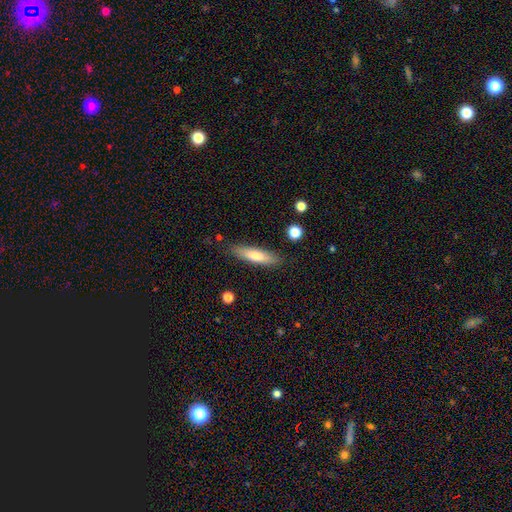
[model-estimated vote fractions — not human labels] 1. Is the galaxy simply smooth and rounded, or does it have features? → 70% smooth, 24% featured or disk, 6% star or artifact.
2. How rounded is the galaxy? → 78% cigar-shaped, 21% in between, 1% round.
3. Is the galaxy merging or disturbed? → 86% none, 10% minor disturbance, 2% major disturbance, 2% merger.